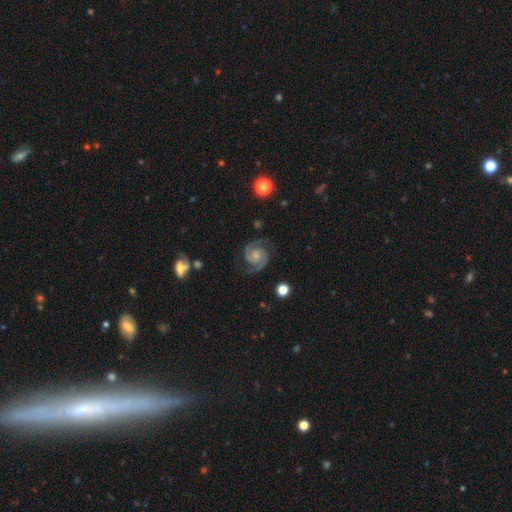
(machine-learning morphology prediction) Smooth or featured?
  - featured or disk: 91% *
  - star or artifact: 4%
  - smooth: 4%
Edge-on disk?
  - no: 98% *
  - yes: 2%
Bar?
  - no: 63% *
  - weak: 30%
  - strong: 8%
Spiral arms?
  - yes: 99% *
  - no: 1%
Spiral winding?
  - medium: 51% *
  - tight: 42%
  - loose: 8%
Spiral arm count?
  - 2: 93% *
  - 3: 2%
  - can't tell: 2%
  - 1: 1%
  - 4: 1%
  - more than 4: 1%
Bulge size?
  - small: 42% *
  - moderate: 32%
  - none: 20%
  - large: 5%
  - dominant: 1%
Merging?
  - none: 81% *
  - minor disturbance: 13%
  - major disturbance: 4%
  - merger: 2%